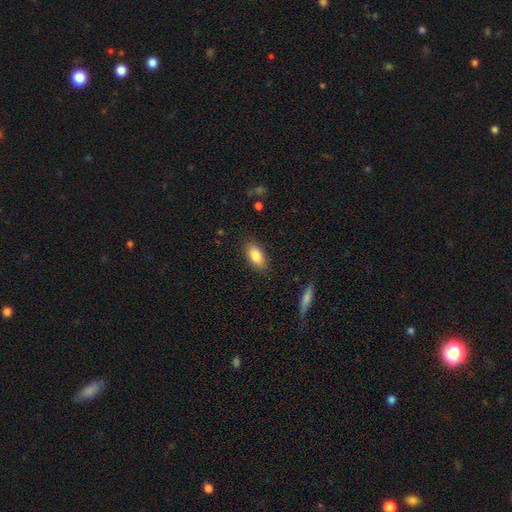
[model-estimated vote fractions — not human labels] smooth_or_featured: smooth (p=0.84) [alt: featured or disk p=0.09]
how_rounded: in between (p=0.89) [alt: cigar-shaped p=0.07]
merging: none (p=0.85) [alt: minor disturbance p=0.11]